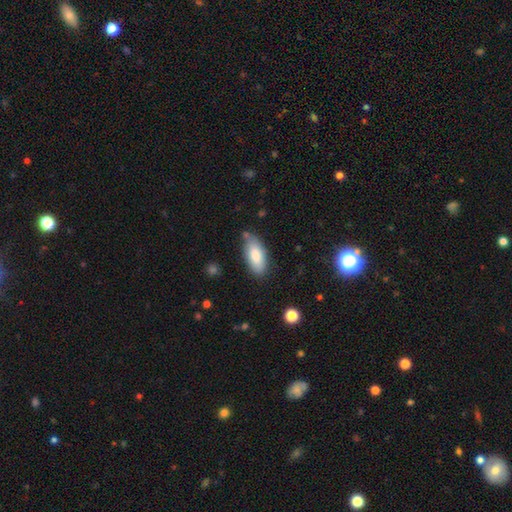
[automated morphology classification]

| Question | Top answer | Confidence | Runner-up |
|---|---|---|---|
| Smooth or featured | smooth | 82% | featured or disk (12%) |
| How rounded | in between | 87% | cigar-shaped (11%) |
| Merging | none | 75% | minor disturbance (18%) |